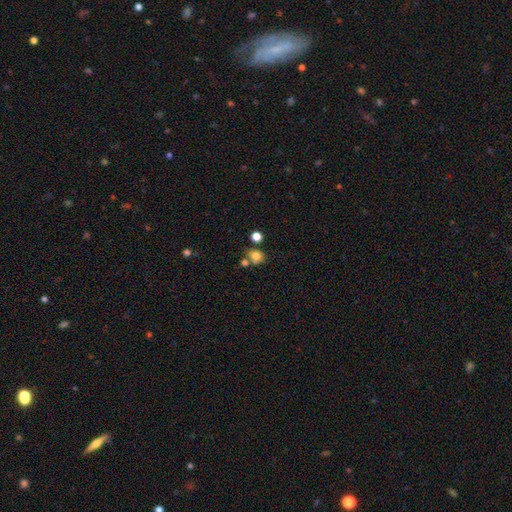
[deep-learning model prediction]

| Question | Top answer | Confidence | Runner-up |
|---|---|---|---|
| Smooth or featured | smooth | 75% | star or artifact (14%) |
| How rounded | round | 60% | in between (39%) |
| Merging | none | 49% | merger (31%) |